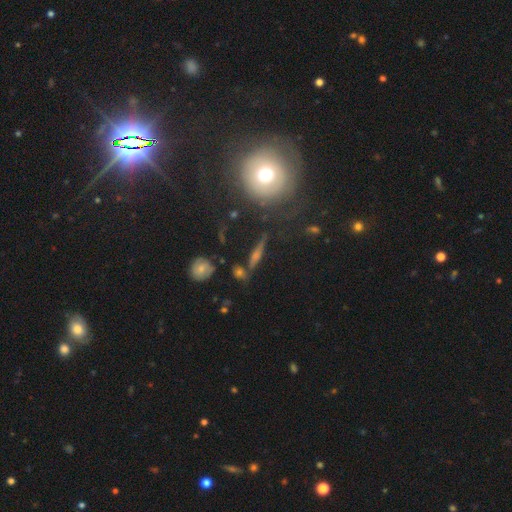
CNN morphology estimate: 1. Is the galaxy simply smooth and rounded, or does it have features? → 53% featured or disk, 29% smooth, 18% star or artifact.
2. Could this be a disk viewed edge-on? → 80% yes, 20% no.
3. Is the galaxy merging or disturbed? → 79% none, 12% minor disturbance, 5% merger, 5% major disturbance.